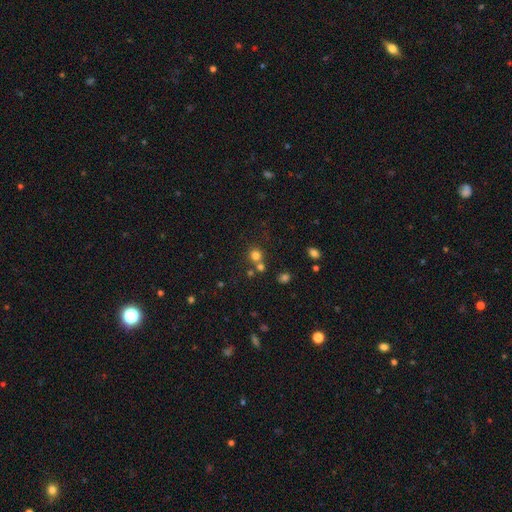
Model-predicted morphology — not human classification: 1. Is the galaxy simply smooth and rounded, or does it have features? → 75% smooth, 17% star or artifact, 7% featured or disk.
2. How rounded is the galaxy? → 89% round, 10% in between, 1% cigar-shaped.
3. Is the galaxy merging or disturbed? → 62% none, 27% merger, 8% minor disturbance, 3% major disturbance.